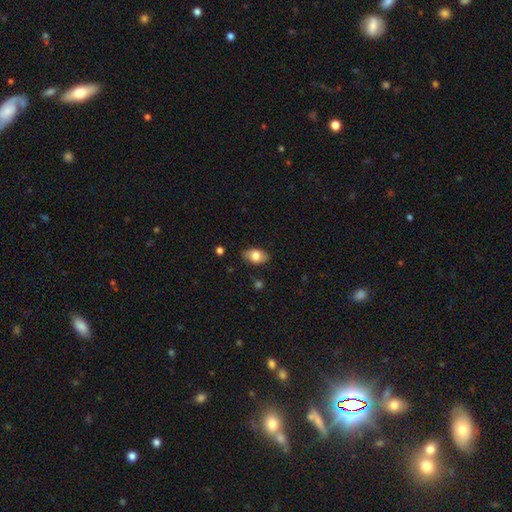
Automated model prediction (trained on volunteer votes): smooth_or_featured: smooth (p=0.78) [alt: featured or disk p=0.15]
how_rounded: in between (p=0.89) [alt: round p=0.09]
merging: none (p=0.84) [alt: minor disturbance p=0.12]